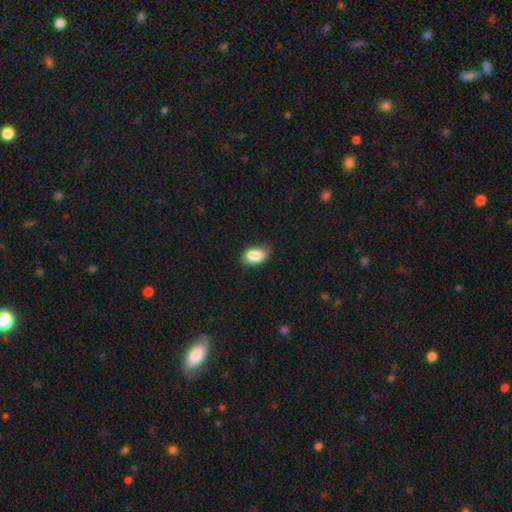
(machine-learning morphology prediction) Smooth or featured? smooth (81%)
How rounded? in between (87%)
Merging? none (52%)